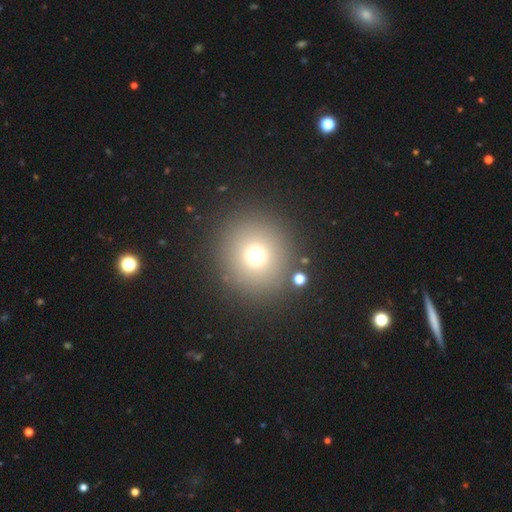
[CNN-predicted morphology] A smooth galaxy with no disk features (71%) that is round (92%). Merging: none (87%).